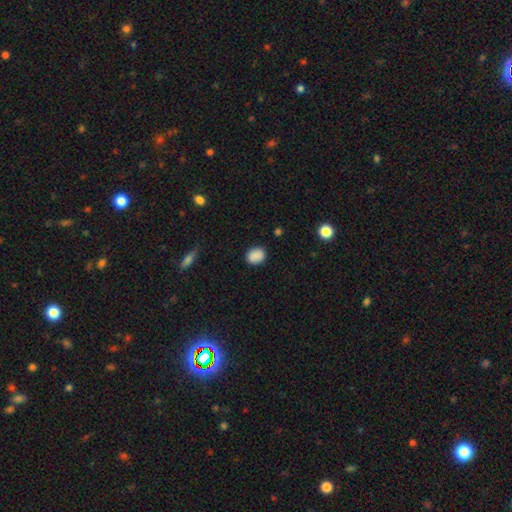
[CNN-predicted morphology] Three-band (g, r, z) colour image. It shows a smooth galaxy with no disk features (88%) that is round (50%). Merging: none (85%).